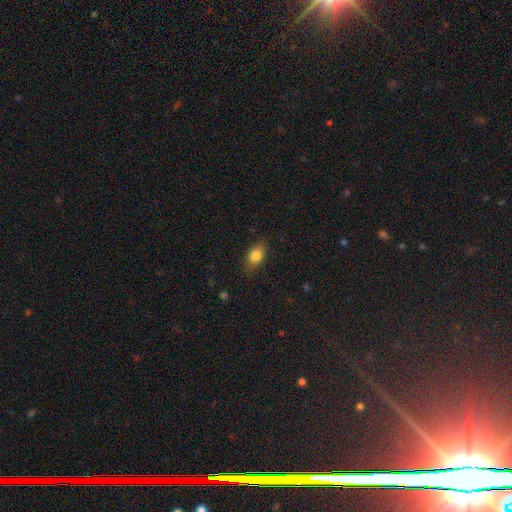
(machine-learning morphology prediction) Smooth or featured? Predicted: smooth (p=0.83). How rounded? Predicted: in between (p=0.80). Merging? Predicted: none (p=0.82).